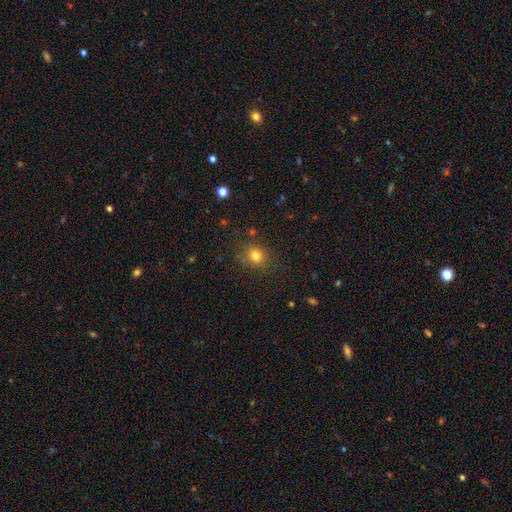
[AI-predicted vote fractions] The model was most divided on "how rounded": round: 77%, in between: 22%, cigar-shaped: 1%. More confident: merging — none (83%); smooth or featured — smooth (78%).